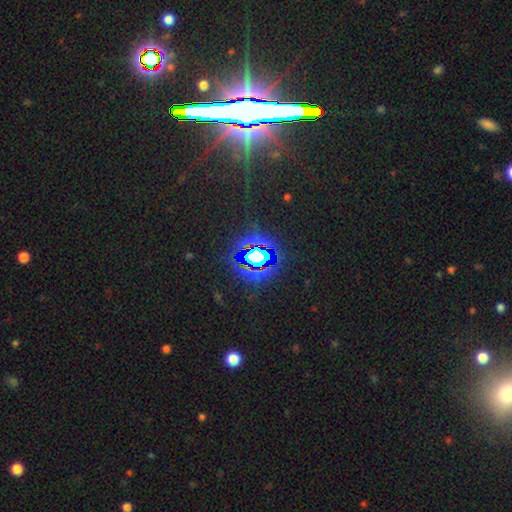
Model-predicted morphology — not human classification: A star or artifact, not a galaxy (74%).